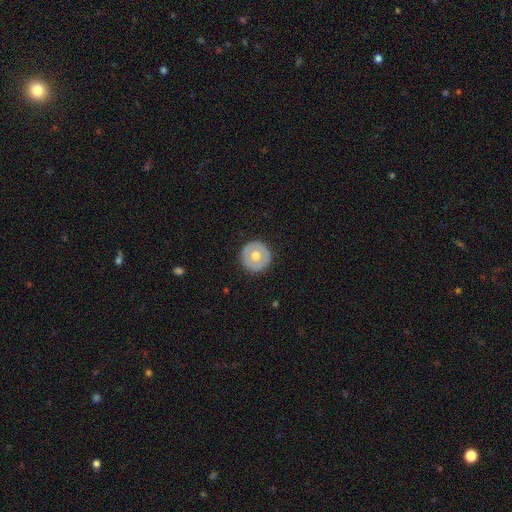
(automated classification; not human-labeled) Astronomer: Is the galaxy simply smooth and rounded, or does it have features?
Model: smooth — 55% (runner-up: featured or disk, 40%).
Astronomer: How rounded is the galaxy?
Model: round — 96%.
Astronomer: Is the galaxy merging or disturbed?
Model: none — 91%.